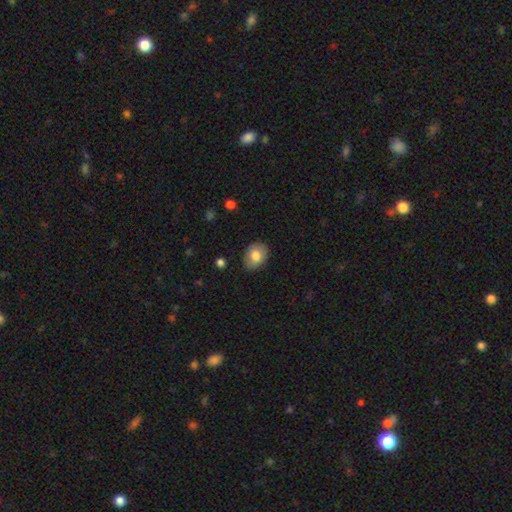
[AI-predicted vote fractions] A smooth galaxy with no disk features (76%) that is in between round and cigar-shaped (70%).

Vote fractions:
- Smooth or featured? smooth: 76% / featured or disk: 17% / star or artifact: 7%
- How rounded? in between: 70% / round: 29% / cigar-shaped: 1%
- Merging? none: 83% / minor disturbance: 13% / major disturbance: 3% / merger: 1%